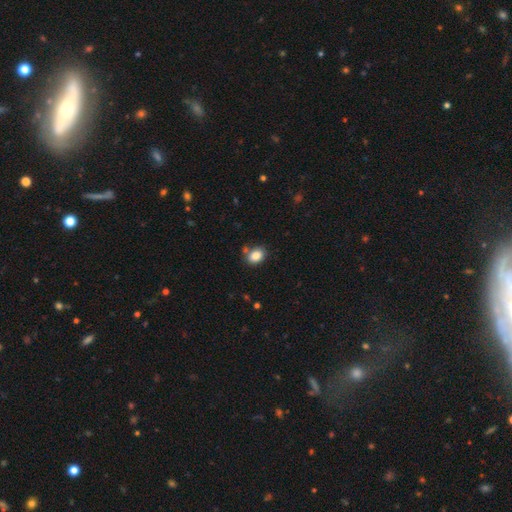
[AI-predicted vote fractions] A smooth galaxy with no disk features (85%) that is in between round and cigar-shaped (64%). Merging: none (73%).